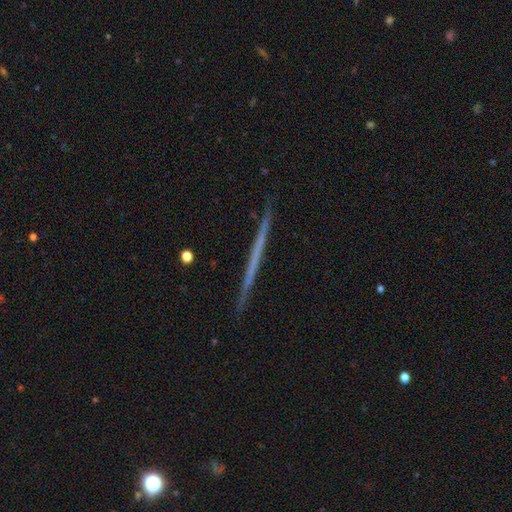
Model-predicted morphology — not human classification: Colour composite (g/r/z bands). It shows a featured or disk galaxy (59%) viewed edge-on (98%) with no central bulge (93%). Merging: none (92%).